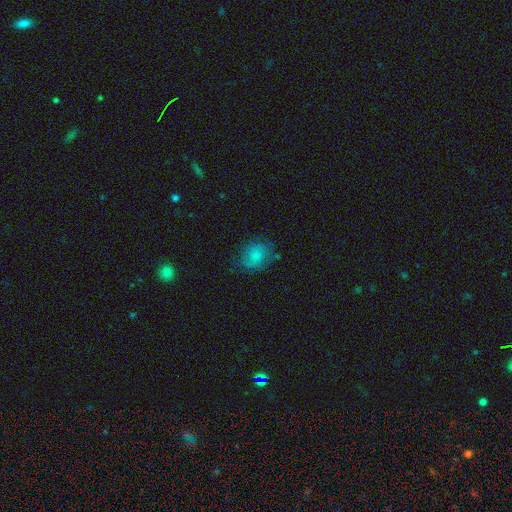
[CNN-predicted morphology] Smooth or featured: smooth — 67% (featured or disk — 24%)
How rounded: round — 61% (in between — 38%)
Merging: none — 60% (minor disturbance — 25%)